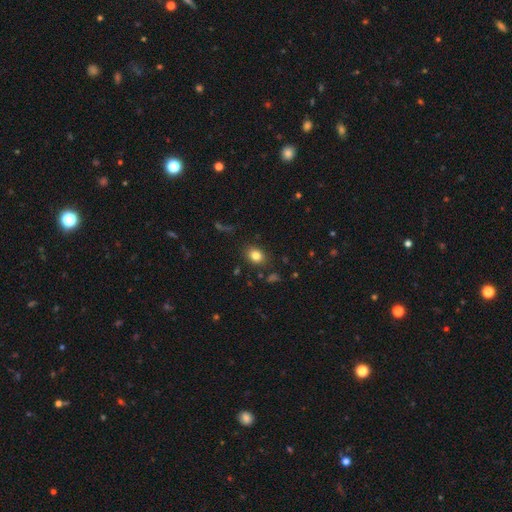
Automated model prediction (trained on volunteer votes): A smooth galaxy with no disk features (82%) that is in between round and cigar-shaped (59%). Merging: none (86%).